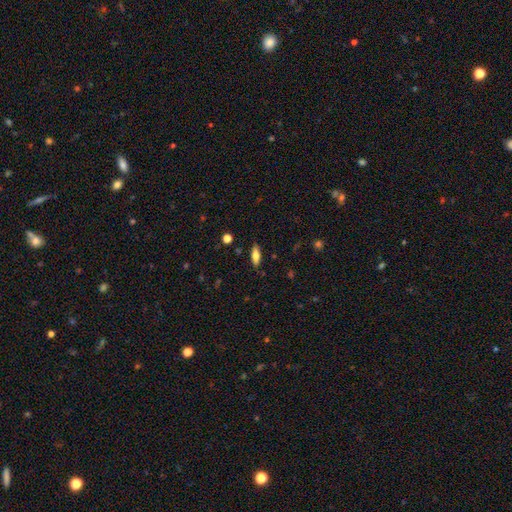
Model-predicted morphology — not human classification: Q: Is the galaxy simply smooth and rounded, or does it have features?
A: smooth — 73%.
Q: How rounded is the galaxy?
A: in between — 67%.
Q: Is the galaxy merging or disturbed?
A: none — 87%.